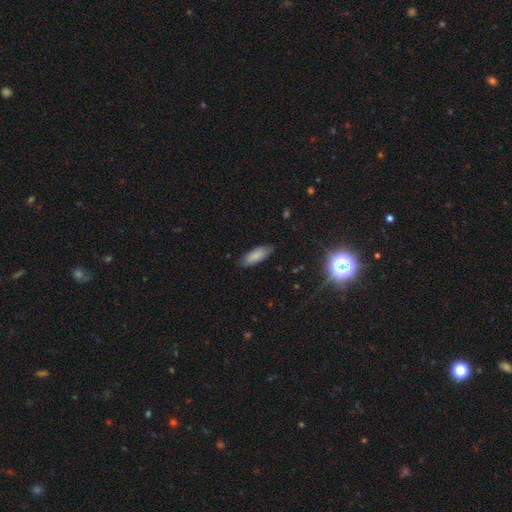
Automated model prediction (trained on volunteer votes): Morphology: type=smooth (85%); roundness=in between (69%); merging=none (85%).